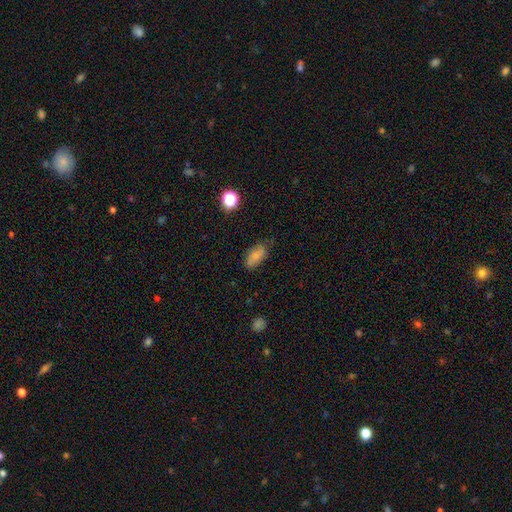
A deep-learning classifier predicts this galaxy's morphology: Smooth or featured? smooth (73%)
How rounded? in between (88%)
Merging? none (74%)